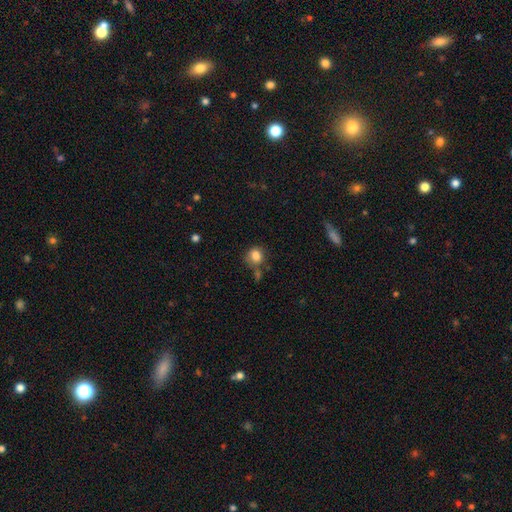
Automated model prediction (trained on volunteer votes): Smooth or featured? Predicted: smooth (p=0.84). How rounded? Predicted: round (p=0.74). Merging? Predicted: none (p=0.62).